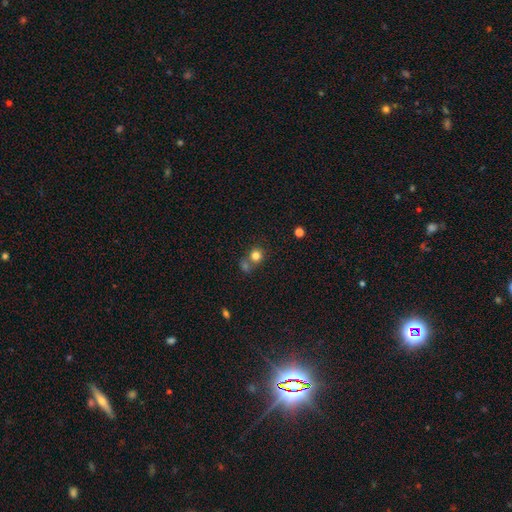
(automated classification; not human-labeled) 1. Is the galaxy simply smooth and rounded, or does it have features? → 78% smooth, 13% star or artifact, 9% featured or disk.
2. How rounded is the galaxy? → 83% round, 16% in between, 1% cigar-shaped.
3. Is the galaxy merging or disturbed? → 49% none, 36% merger, 10% minor disturbance, 5% major disturbance.